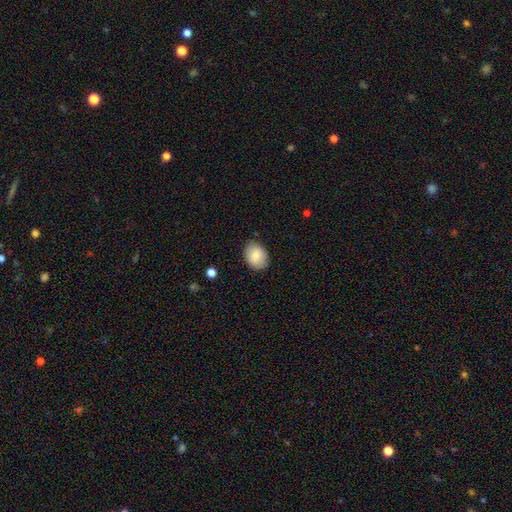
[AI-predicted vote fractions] smooth 80%, featured or disk 13%, star or artifact 7%. Down the decision tree: how rounded — in between (65%); merging — none (85%).